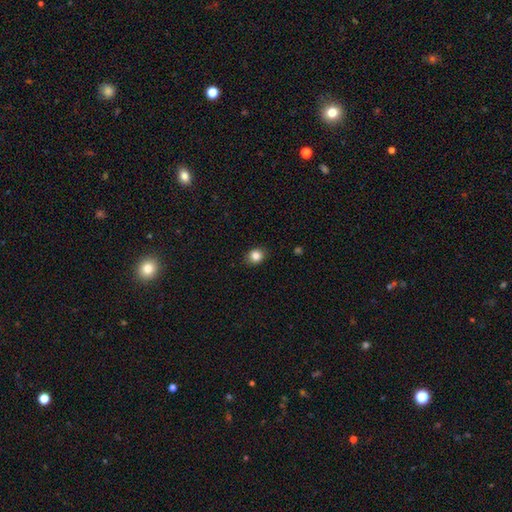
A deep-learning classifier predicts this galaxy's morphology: This appears to be a smooth galaxy with no disk features (84%) that is round (62%). Merging: none (87%).